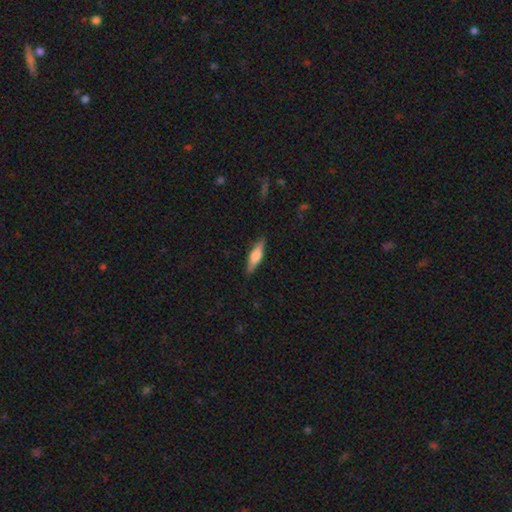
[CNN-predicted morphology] smooth-or-featured: featured or disk: 47% (tied) | smooth: 47% (tied) | star or artifact: 6%
  merging: none: 88% | minor disturbance: 9% | major disturbance: 2% | merger: 1%